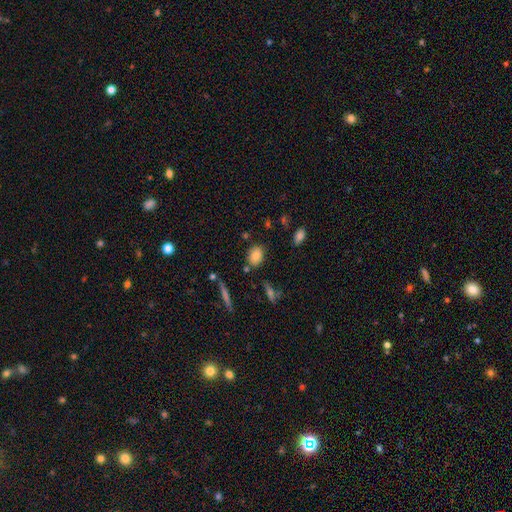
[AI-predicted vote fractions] Smooth or featured?
  - smooth: 81% *
  - star or artifact: 10%
  - featured or disk: 9%
How rounded?
  - in between: 65% *
  - round: 33%
  - cigar-shaped: 2%
Merging?
  - none: 79% *
  - minor disturbance: 13%
  - merger: 5%
  - major disturbance: 3%